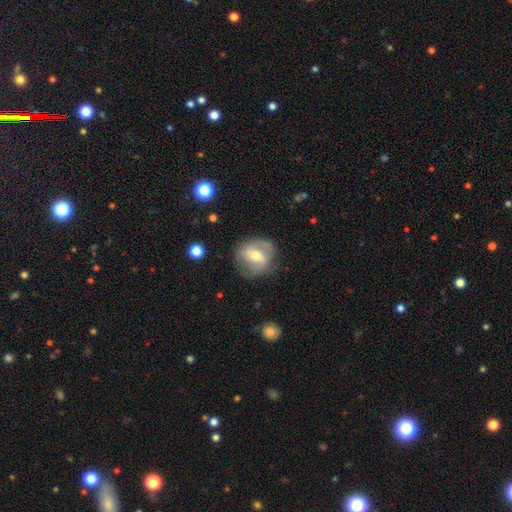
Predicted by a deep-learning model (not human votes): A featured or disk galaxy (72%) with a weak bar (46%), 2 (75%) medium (46%) spiral arms (85%) and a moderate central bulge (67%). Merging: none (71%).